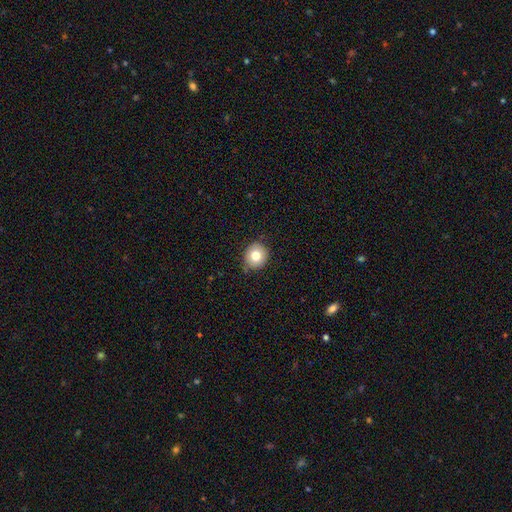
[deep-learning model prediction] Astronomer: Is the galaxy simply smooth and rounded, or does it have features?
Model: smooth — 78%.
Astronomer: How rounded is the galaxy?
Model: round — 87%.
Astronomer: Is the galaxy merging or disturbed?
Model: none — 85%.